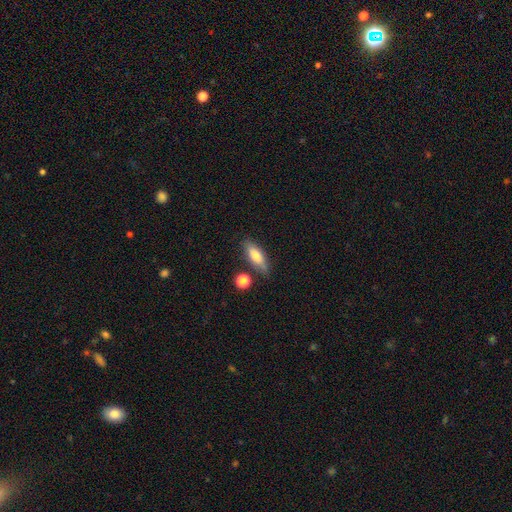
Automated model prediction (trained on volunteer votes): smooth_or_featured: smooth (p=0.72) [alt: featured or disk p=0.21]
how_rounded: in between (p=0.56) [alt: cigar-shaped p=0.41]
merging: none (p=0.77) [alt: minor disturbance p=0.13]